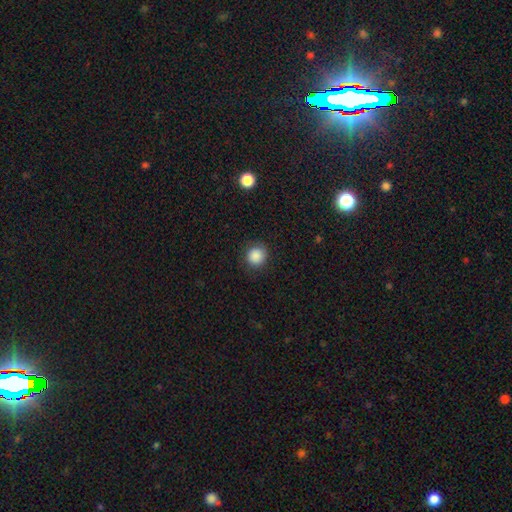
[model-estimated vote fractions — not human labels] This is clearly a smooth galaxy (87%). How rounded: clearly round (92%). Merging: clearly none (89%).